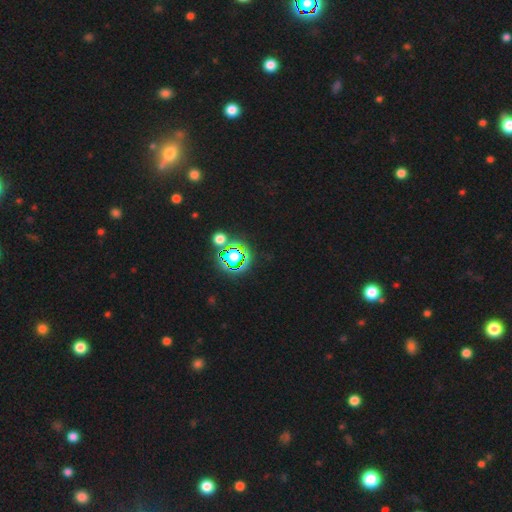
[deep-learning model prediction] Morphology: type=star or artifact (74%).